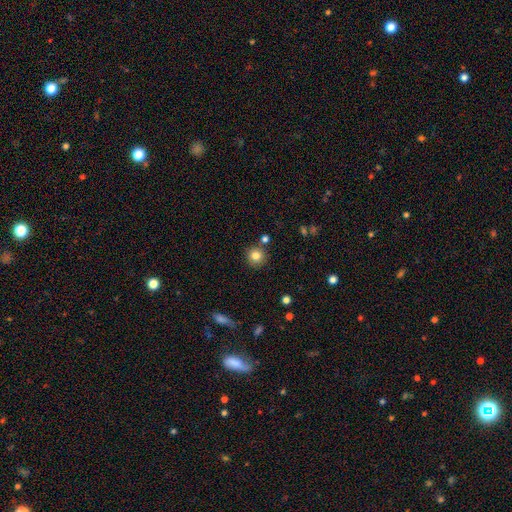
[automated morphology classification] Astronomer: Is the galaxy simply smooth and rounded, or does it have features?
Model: smooth — 81%.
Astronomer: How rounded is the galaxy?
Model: round — 93%.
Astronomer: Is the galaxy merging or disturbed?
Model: none — 83%.